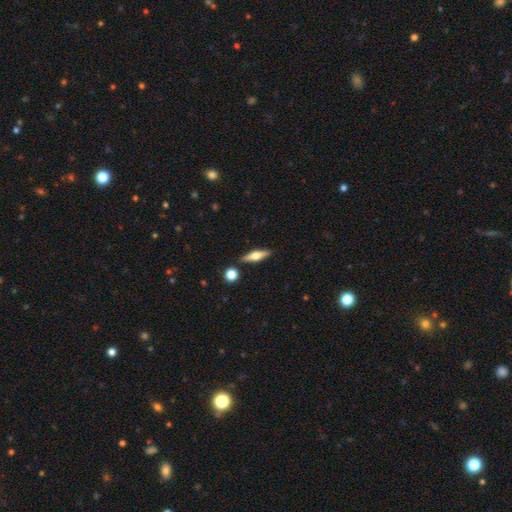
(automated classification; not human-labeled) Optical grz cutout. It shows a featured or disk galaxy (56%) viewed edge-on (95%) with a rounded central bulge (92%). Merging: none (87%).